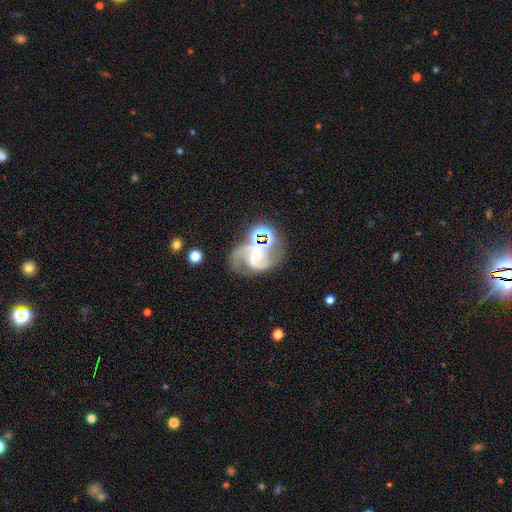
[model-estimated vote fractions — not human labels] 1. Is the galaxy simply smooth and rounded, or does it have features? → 82% featured or disk, 11% star or artifact, 8% smooth.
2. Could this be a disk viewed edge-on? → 98% no, 2% yes.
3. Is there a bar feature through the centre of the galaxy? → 43% weak, 37% no, 20% strong.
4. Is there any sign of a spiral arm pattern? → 96% yes, 4% no.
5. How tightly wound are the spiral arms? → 54% medium, 31% loose, 15% tight.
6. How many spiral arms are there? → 81% 2, 7% 3, 5% can't tell, 4% 1, 2% 4, 2% more than 4.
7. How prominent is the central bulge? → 50% small, 45% moderate, 3% large, 2% none, 1% dominant.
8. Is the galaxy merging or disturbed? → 51% none, 20% minor disturbance, 15% major disturbance, 14% merger.